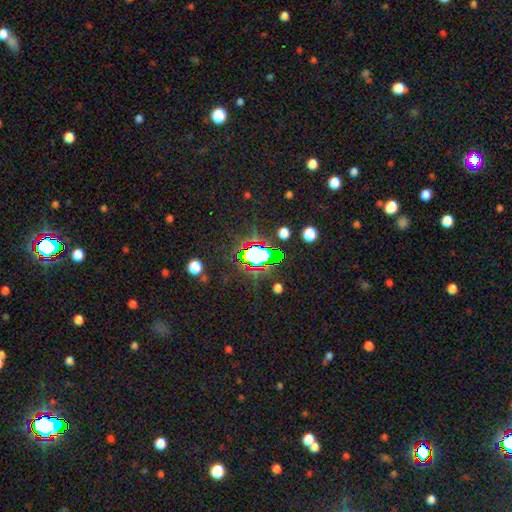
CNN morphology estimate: Smooth or featured? star or artifact (59%)